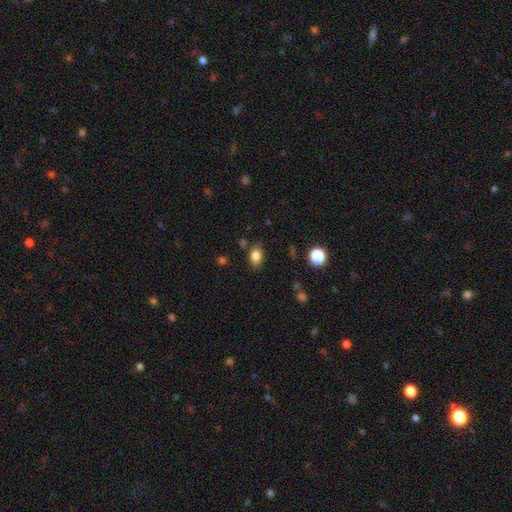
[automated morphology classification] smooth_or_featured: smooth (p=0.82) [alt: star or artifact p=0.10]
how_rounded: in between (p=0.79) [alt: round p=0.19]
merging: none (p=0.79) [alt: minor disturbance p=0.14]